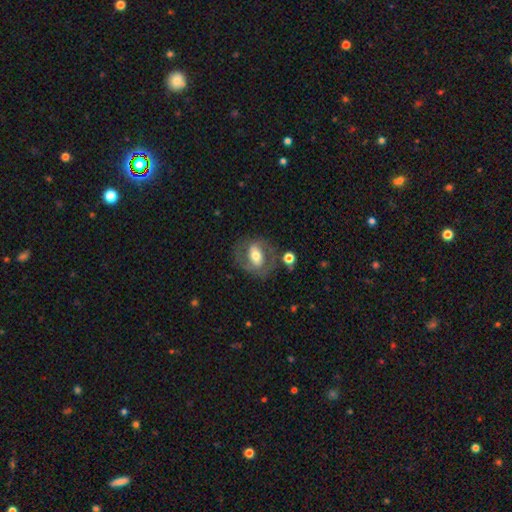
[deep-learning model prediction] A featured or disk galaxy (62%) with a strong bar (40%), spiral arms (60%) and a moderate central bulge (63%).

Vote fractions:
- Smooth or featured? featured or disk: 62% / smooth: 31% / star or artifact: 7%
- Edge-on disk? no: 93% / yes: 7%
- Bar? strong: 40% / weak: 32% / no: 27%
- Spiral arms? yes: 60% / no: 40%
- Bulge size? moderate: 63% / large: 18% / small: 16% / dominant: 2% / none: 1%
- Merging? none: 68% / minor disturbance: 16% / major disturbance: 12% / merger: 4%